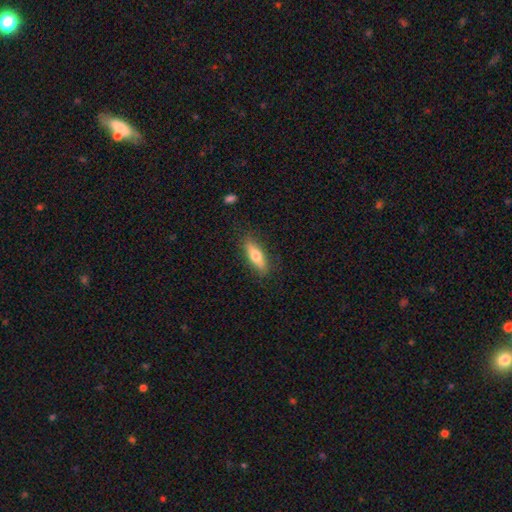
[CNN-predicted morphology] Smooth or featured?
  - smooth: 67% *
  - featured or disk: 27%
  - star or artifact: 6%
How rounded?
  - in between: 51% *
  - cigar-shaped: 46%
  - round: 3%
Merging?
  - none: 84% *
  - minor disturbance: 12%
  - major disturbance: 3%
  - merger: 1%